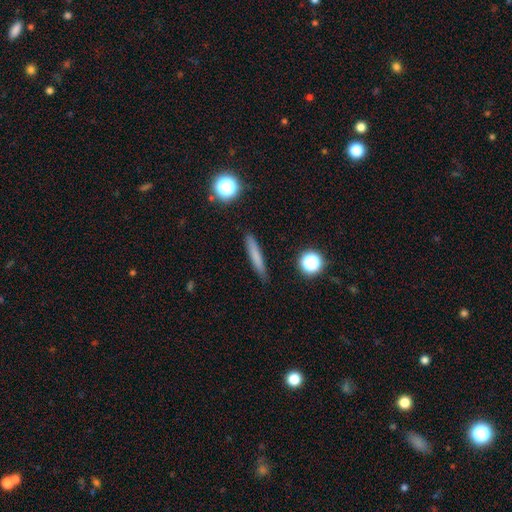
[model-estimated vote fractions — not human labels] A smooth galaxy with no disk features (73%) that is cigar-shaped (92%).

Vote fractions:
- Smooth or featured? smooth: 73% / featured or disk: 17% / star or artifact: 10%
- How rounded? cigar-shaped: 92% / in between: 5% / round: 3%
- Merging? none: 89% / minor disturbance: 8% / major disturbance: 2% / merger: 1%